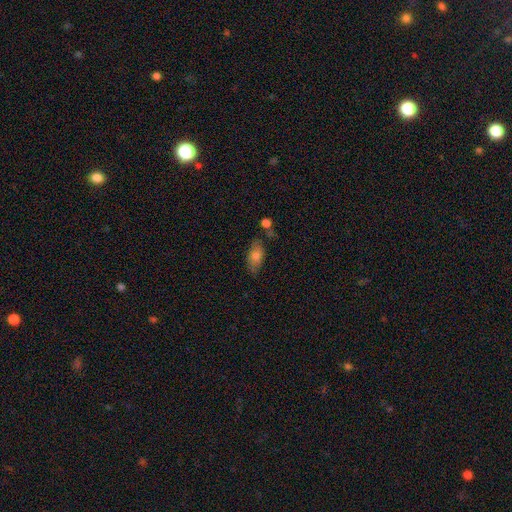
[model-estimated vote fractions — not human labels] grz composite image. It shows a smooth galaxy with no disk features (72%) that is in between round and cigar-shaped (87%). Merging: none (70%).